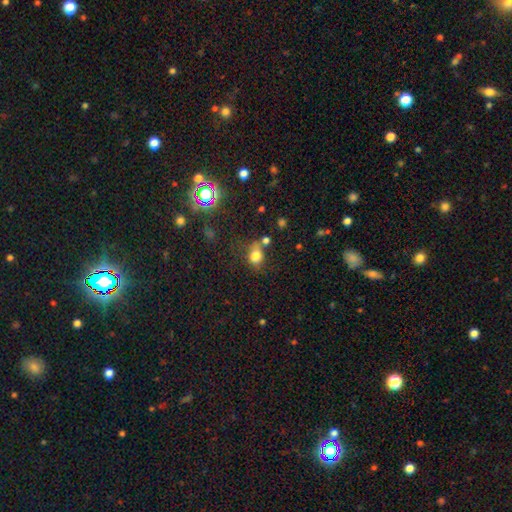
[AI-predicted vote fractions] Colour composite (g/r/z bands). It shows a smooth galaxy with no disk features (75%) that is in between round and cigar-shaped (53%). Merging: none (56%).